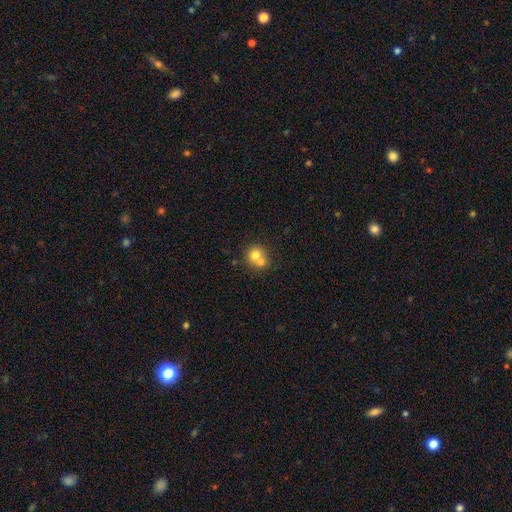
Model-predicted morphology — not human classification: Smooth or featured? Predicted: smooth (p=0.73). How rounded? Predicted: round (p=0.83). Merging? Predicted: merger (p=0.53).